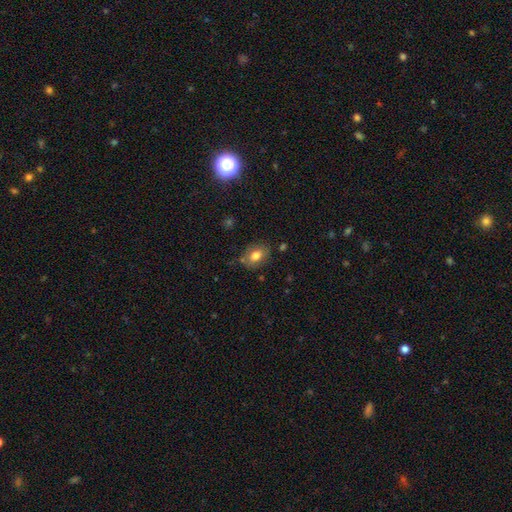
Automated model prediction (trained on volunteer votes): smooth 77%, featured or disk 13%, star or artifact 9%. Down the decision tree: how rounded — in between (69%); merging — none (76%).